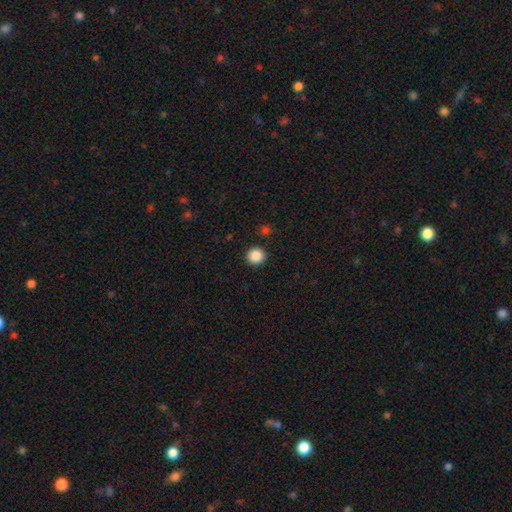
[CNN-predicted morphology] Smooth or featured?
  - smooth: 87% *
  - star or artifact: 10%
  - featured or disk: 3%
How rounded?
  - round: 94% *
  - in between: 5%
  - cigar-shaped: 1%
Merging?
  - none: 92% *
  - minor disturbance: 5%
  - major disturbance: 2%
  - merger: 2%